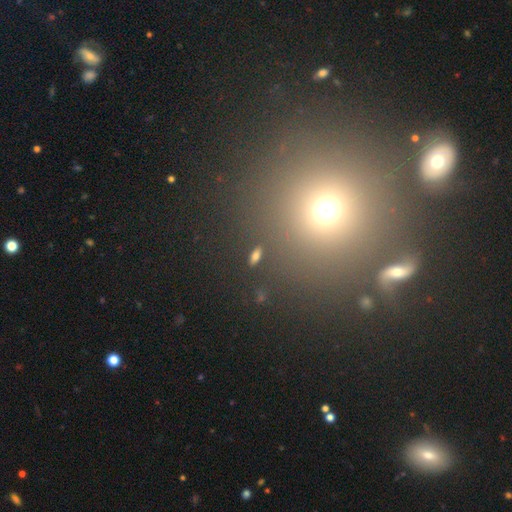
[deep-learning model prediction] Overall: smooth (72%). How rounded: in between (78%). Merging: none (87%).